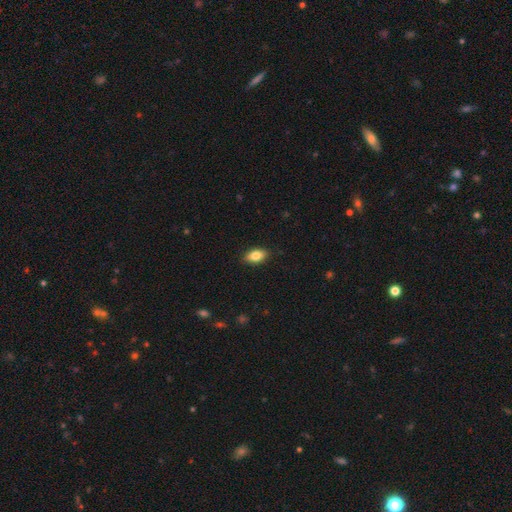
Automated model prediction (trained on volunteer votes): smooth_or_featured: smooth (p=0.82) [alt: featured or disk p=0.10]
how_rounded: in between (p=0.90) [alt: round p=0.07]
merging: none (p=0.88) [alt: minor disturbance p=0.09]